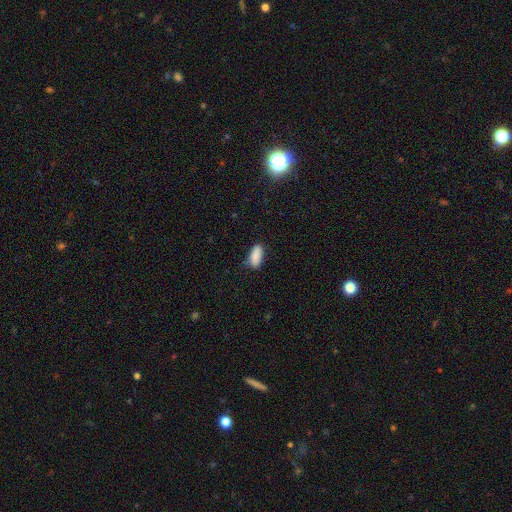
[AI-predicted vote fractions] smooth-or-featured: smooth: 89% | star or artifact: 7% | featured or disk: 4%
  how-rounded: in between: 82% | cigar-shaped: 15% | round: 2%
  merging: none: 77% | minor disturbance: 18% | major disturbance: 4% | merger: 1%